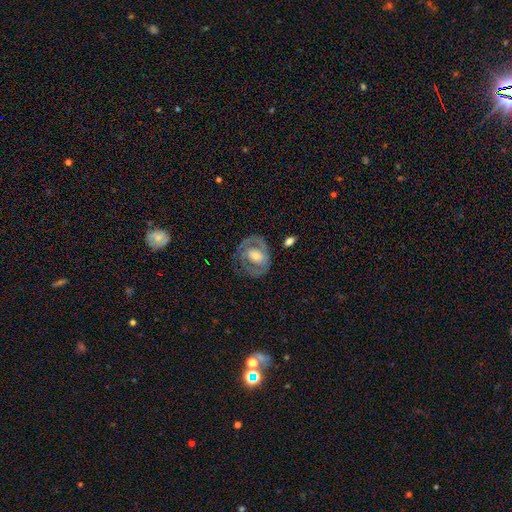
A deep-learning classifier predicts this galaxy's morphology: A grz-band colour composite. It shows a featured or disk galaxy (70%) with no bar (45%), spiral arms (63%) and a moderate central bulge (59%). Merging: none (69%).